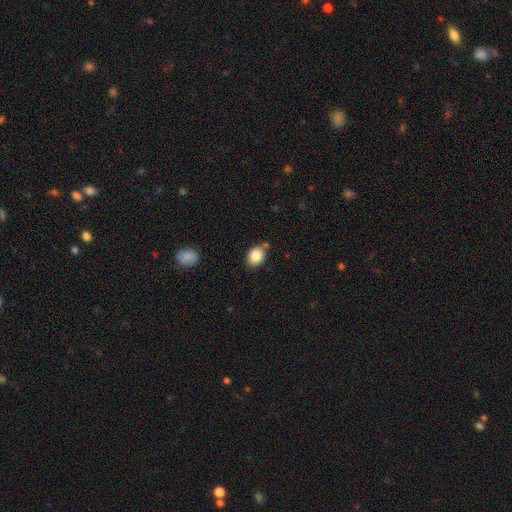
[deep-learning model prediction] A smooth galaxy with no disk features (85%) that is in between round and cigar-shaped (61%). Merging: none (74%).